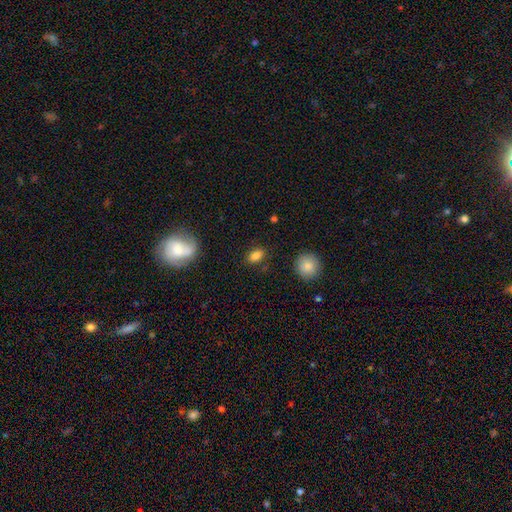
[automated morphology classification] Smooth or featured: smooth — 84% (star or artifact — 10%)
How rounded: in between — 82% (round — 16%)
Merging: none — 85% (minor disturbance — 10%)